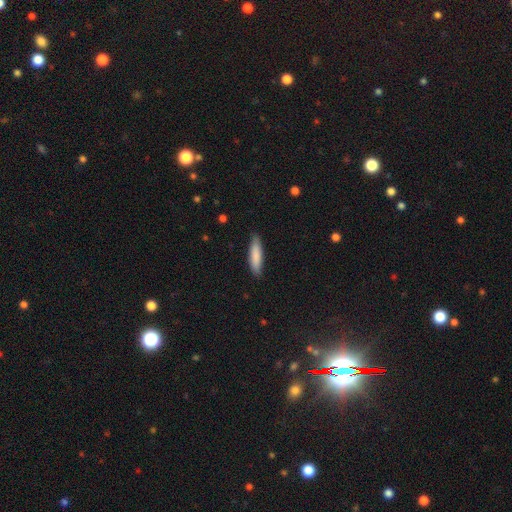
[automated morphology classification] smooth_or_featured: smooth (p=0.85) [alt: featured or disk p=0.10]
how_rounded: cigar-shaped (p=0.73) [alt: in between p=0.26]
merging: none (p=0.86) [alt: minor disturbance p=0.11]